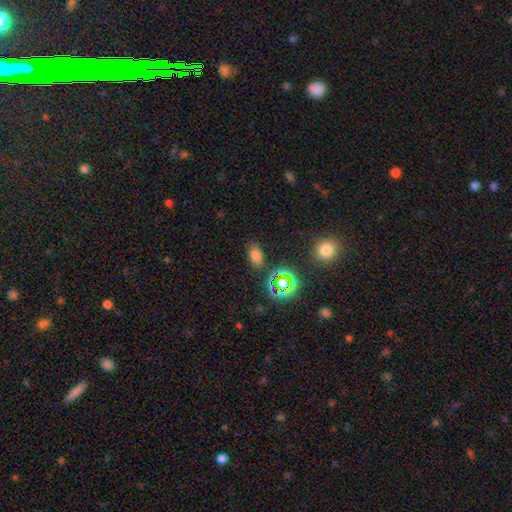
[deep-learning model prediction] Smooth or featured? smooth (70%)
How rounded? in between (86%)
Merging? none (81%)